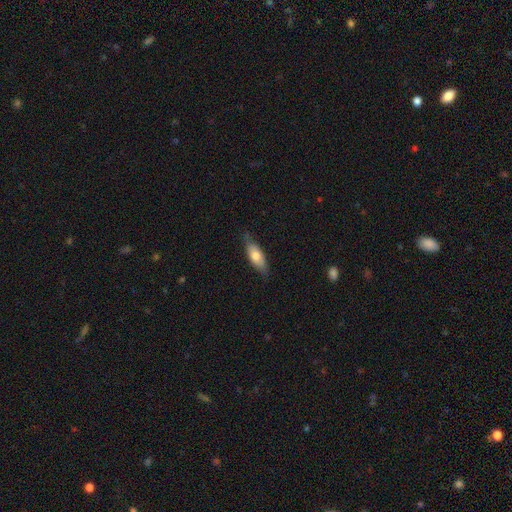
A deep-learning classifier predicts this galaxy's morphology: This is likely a smooth galaxy (67%). How rounded: likely in between (71%). Merging: likely none (74%).